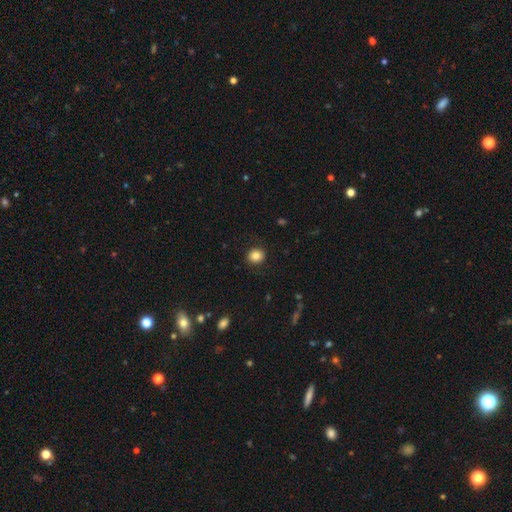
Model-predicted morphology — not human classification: smooth 84%, star or artifact 10%, featured or disk 6%. Down the decision tree: how rounded — round (75%); merging — none (89%).